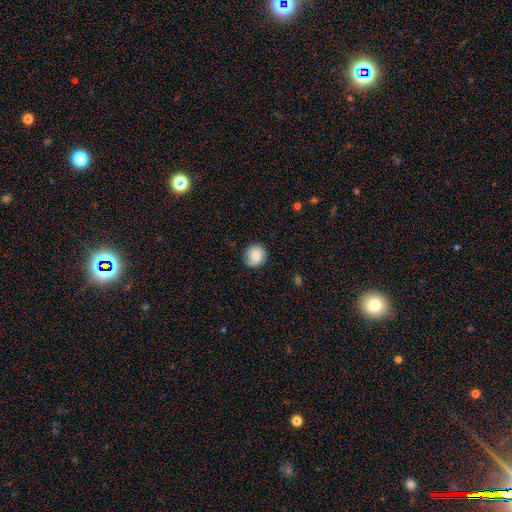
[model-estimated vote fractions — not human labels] Smooth or featured? smooth (78%)
How rounded? round (84%)
Merging? none (81%)